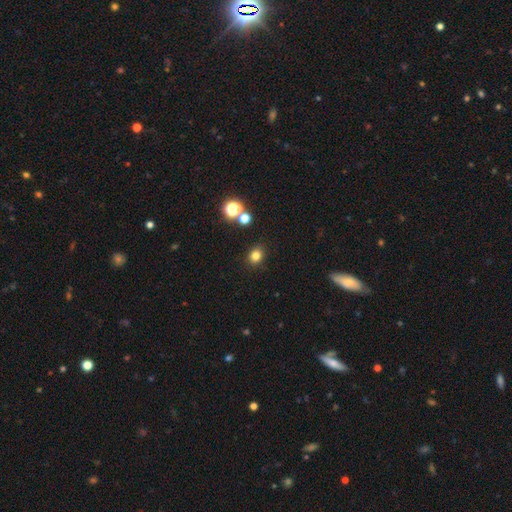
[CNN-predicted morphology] smooth 79%, star or artifact 16%, featured or disk 5%. Down the decision tree: how rounded — round (67%); merging — none (87%).